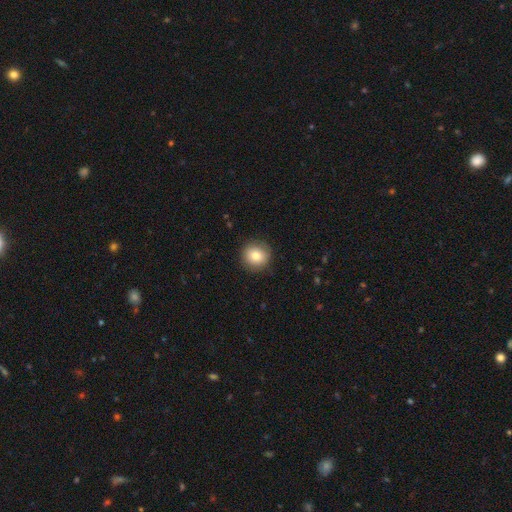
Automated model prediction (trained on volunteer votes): smooth_or_featured: smooth (p=0.82) [alt: star or artifact p=0.09]
how_rounded: round (p=0.92) [alt: in between p=0.07]
merging: none (p=0.89) [alt: minor disturbance p=0.08]